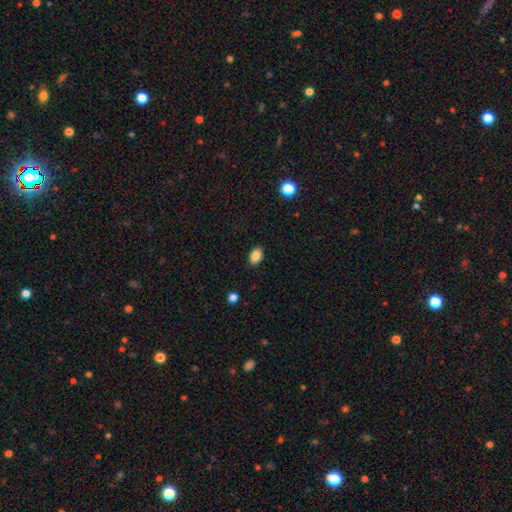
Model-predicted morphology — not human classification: smooth-or-featured: smooth: 86% | star or artifact: 9% | featured or disk: 6%
  how-rounded: in between: 87% | round: 12% | cigar-shaped: 1%
  merging: none: 88% | minor disturbance: 9% | major disturbance: 2% | merger: 1%